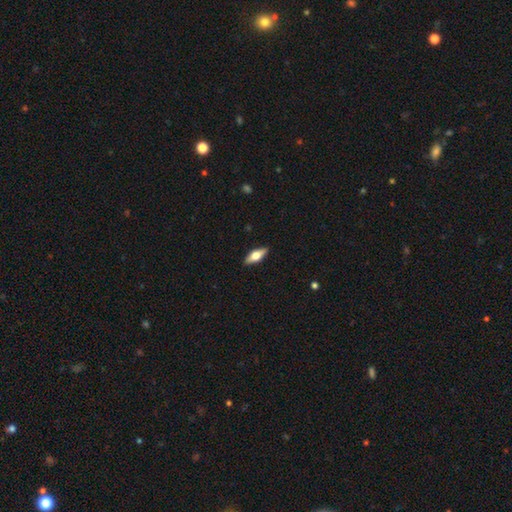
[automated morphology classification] A smooth galaxy with no disk features (50%).

Vote fractions:
- Smooth or featured? smooth: 50% / featured or disk: 44% / star or artifact: 6%
- Merging? none: 90% / minor disturbance: 8% / major disturbance: 2% / merger: 1%